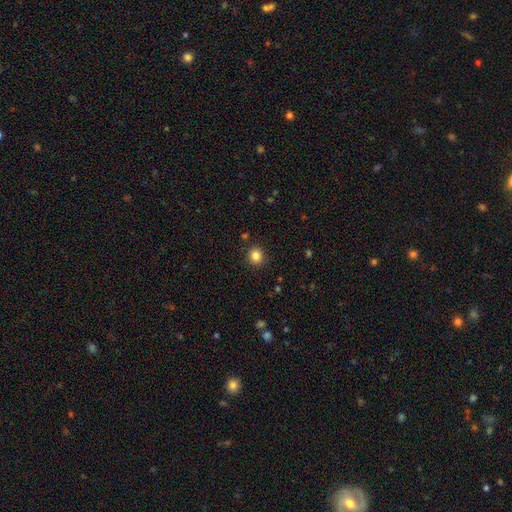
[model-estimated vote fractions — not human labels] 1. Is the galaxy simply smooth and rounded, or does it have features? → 85% smooth, 11% star or artifact, 4% featured or disk.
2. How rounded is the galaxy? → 85% round, 14% in between, 1% cigar-shaped.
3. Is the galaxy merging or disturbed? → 90% none, 6% minor disturbance, 2% major disturbance, 2% merger.